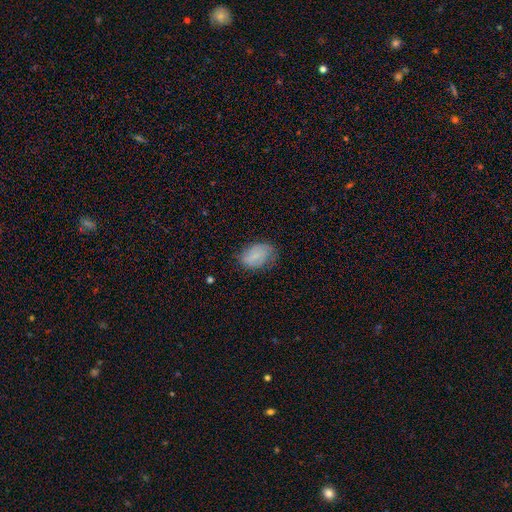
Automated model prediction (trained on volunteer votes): This appears to be a smooth galaxy with no disk features (68%) that is in between round and cigar-shaped (83%). Merging: none (68%).